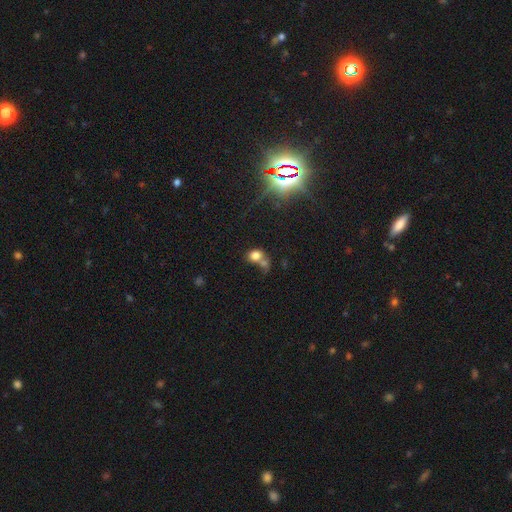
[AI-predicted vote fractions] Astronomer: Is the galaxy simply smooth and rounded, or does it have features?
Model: smooth — 74%.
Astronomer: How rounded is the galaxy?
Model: round — 54% (runner-up: in between, 44%).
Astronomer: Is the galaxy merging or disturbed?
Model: merger — 49% (runner-up: none, 32%).